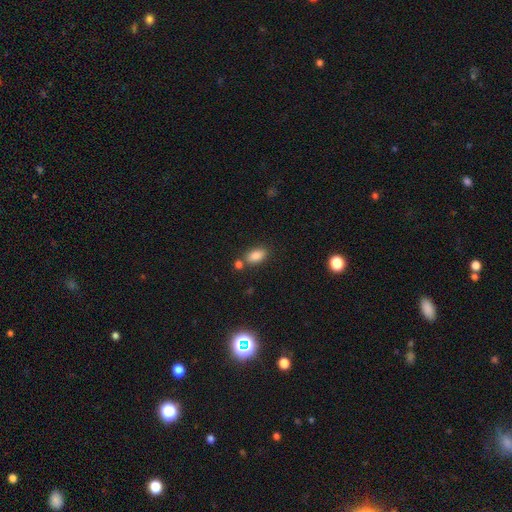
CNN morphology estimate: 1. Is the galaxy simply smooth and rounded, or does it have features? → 85% smooth, 9% star or artifact, 6% featured or disk.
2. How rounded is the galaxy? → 90% in between, 7% round, 4% cigar-shaped.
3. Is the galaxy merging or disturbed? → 70% none, 16% merger, 11% minor disturbance, 3% major disturbance.